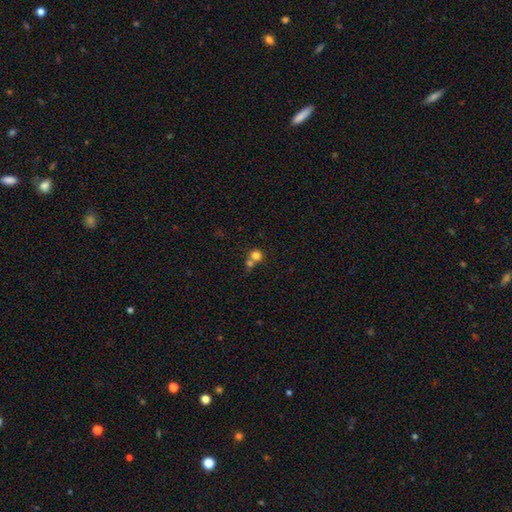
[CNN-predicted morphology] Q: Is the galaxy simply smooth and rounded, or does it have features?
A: smooth — 78%.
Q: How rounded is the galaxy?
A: round — 88%.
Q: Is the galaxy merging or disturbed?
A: merger — 46%.